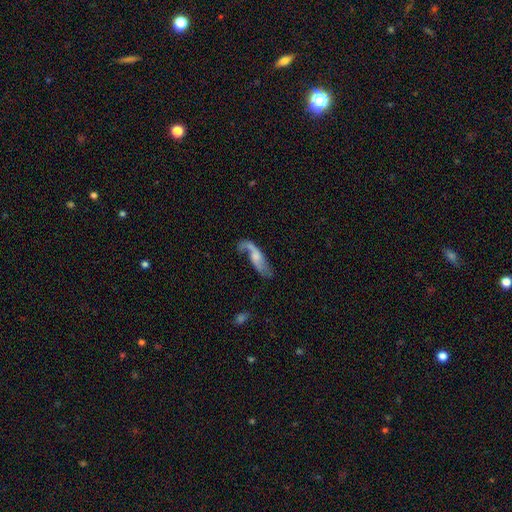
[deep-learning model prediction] This appears to be a featured or disk galaxy (69%) with no bar (58%), 2 (67%) loose (82%) spiral arms (86%) and a moderate central bulge (35%). Merging: none (41%).